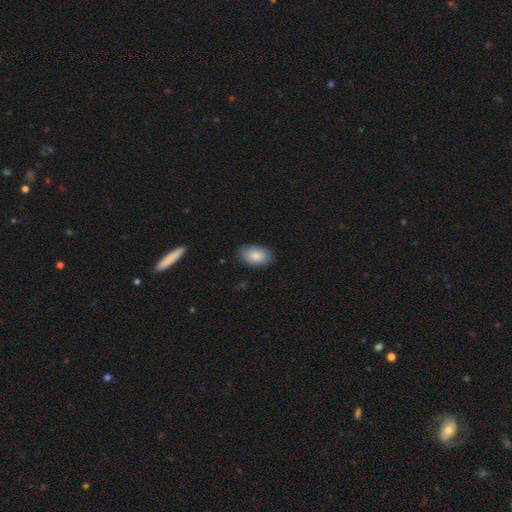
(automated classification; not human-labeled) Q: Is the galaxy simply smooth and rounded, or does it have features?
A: smooth — 85%.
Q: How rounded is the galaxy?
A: in between — 93%.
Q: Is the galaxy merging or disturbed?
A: none — 84%.